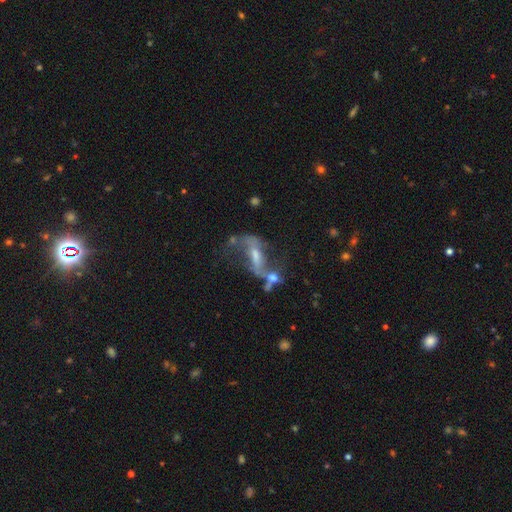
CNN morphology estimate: featured or disk 74%, smooth 14%, star or artifact 12%. Down the decision tree: edge-on disk — no (88%); bar — weak (38%); spiral arms — yes (74%); bulge size — small (41%); merging — none (33%).